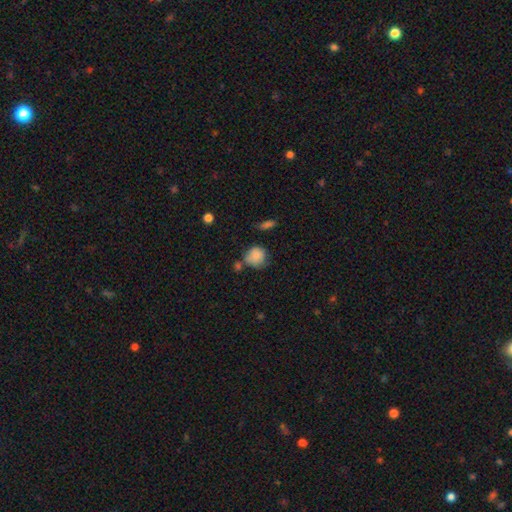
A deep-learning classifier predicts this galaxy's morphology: Q: Smooth or featured?
A: smooth (83%); runner-up: star or artifact (9%)
Q: How rounded?
A: round (78%); runner-up: in between (21%)
Q: Merging?
A: none (50%); runner-up: minor disturbance (26%)